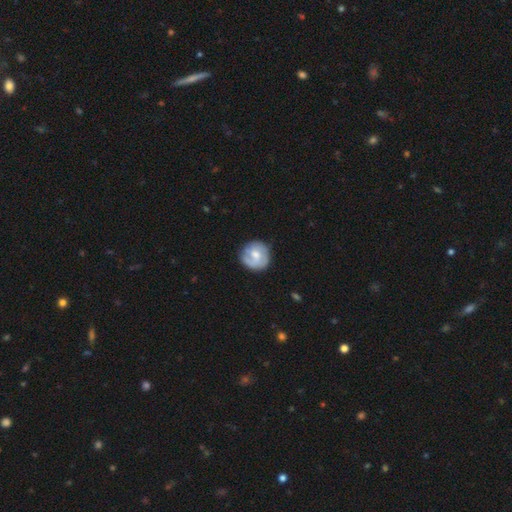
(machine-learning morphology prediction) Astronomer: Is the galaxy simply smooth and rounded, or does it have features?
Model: featured or disk — 48% (runner-up: smooth, 46%).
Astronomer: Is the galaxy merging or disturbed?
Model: none — 72%.